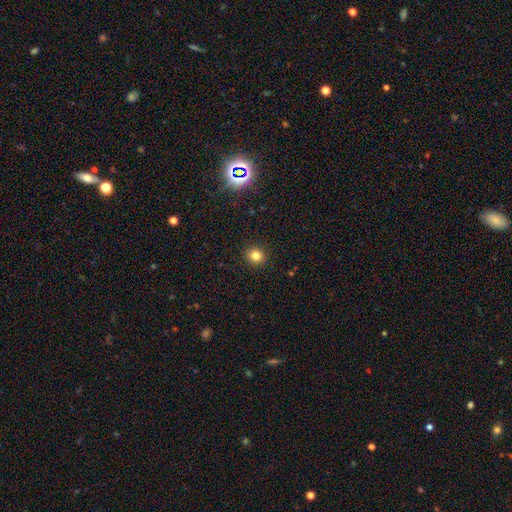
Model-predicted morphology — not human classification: Overall: smooth (81%). How rounded: round (84%). Merging: none (92%).